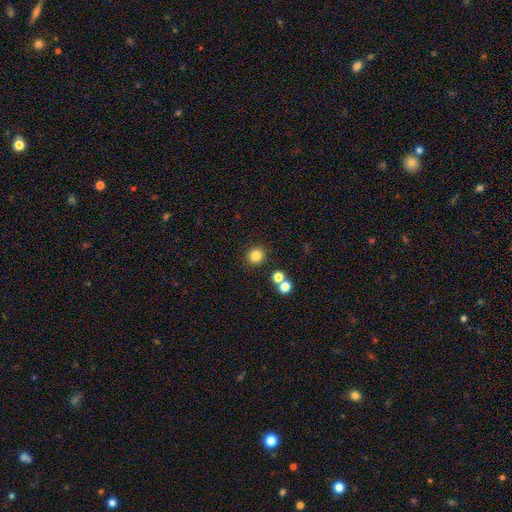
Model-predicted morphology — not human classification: Smooth or featured?
  - smooth: 82% *
  - star or artifact: 13%
  - featured or disk: 5%
How rounded?
  - round: 91% *
  - in between: 8%
  - cigar-shaped: 1%
Merging?
  - none: 86% *
  - minor disturbance: 6%
  - merger: 5%
  - major disturbance: 3%